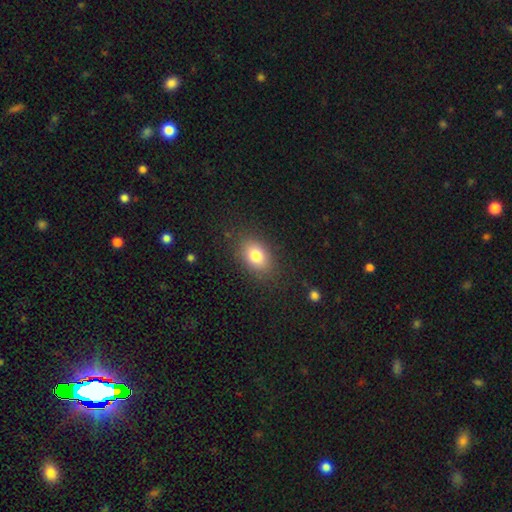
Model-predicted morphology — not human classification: type=smooth (81%); roundness=in between (80%); merging=none (84%).